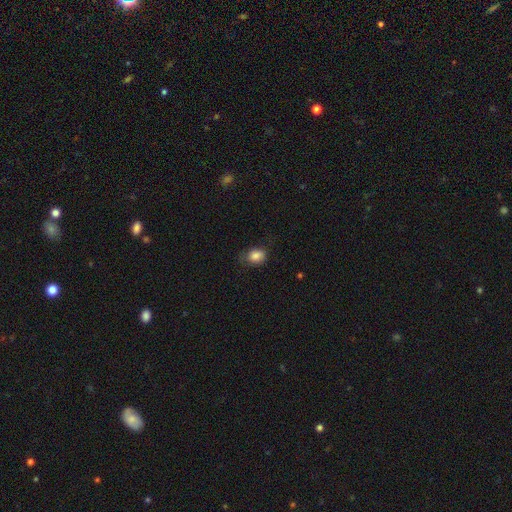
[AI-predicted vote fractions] This appears to be a smooth galaxy with no disk features (84%) that is in between round and cigar-shaped (61%). Merging: none (67%).